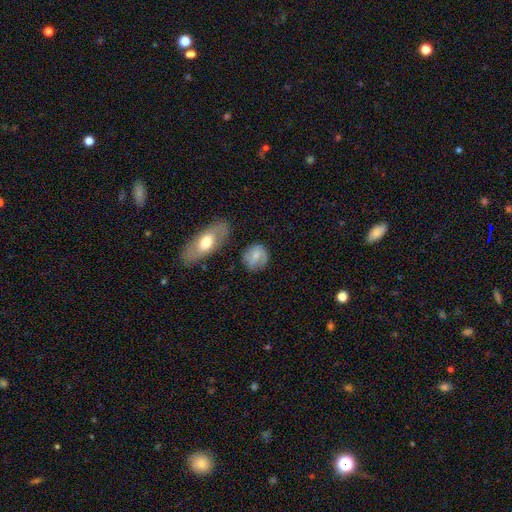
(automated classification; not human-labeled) Smooth or featured? smooth (62%)
How rounded? round (73%)
Merging? none (69%)